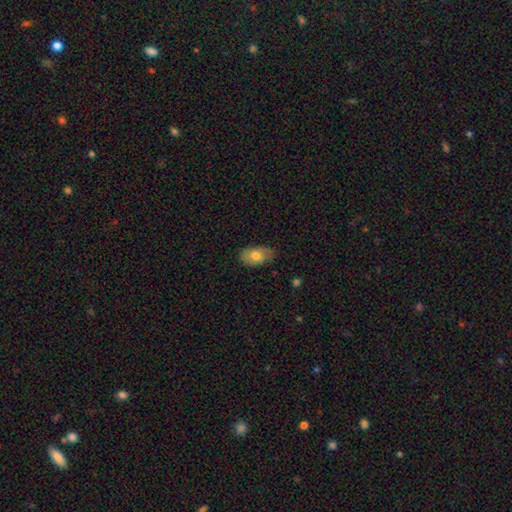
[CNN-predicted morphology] The model was most divided on "smooth or featured": smooth: 72%, featured or disk: 21%, star or artifact: 7%. More confident: how rounded — in between (92%); merging — none (76%).